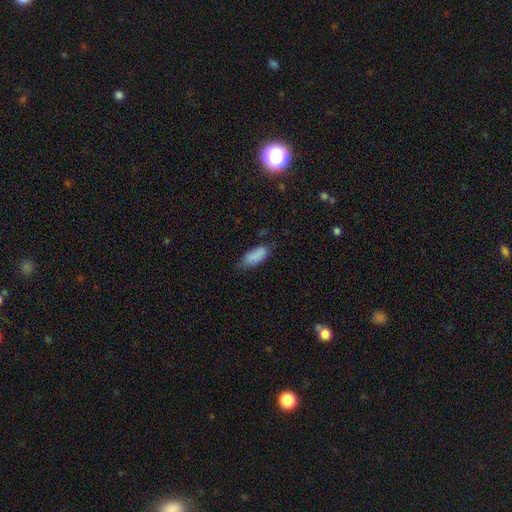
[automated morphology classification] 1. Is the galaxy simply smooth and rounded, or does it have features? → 82% smooth, 10% featured or disk, 8% star or artifact.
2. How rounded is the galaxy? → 84% in between, 14% cigar-shaped, 2% round.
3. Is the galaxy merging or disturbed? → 58% none, 29% minor disturbance, 8% major disturbance, 5% merger.